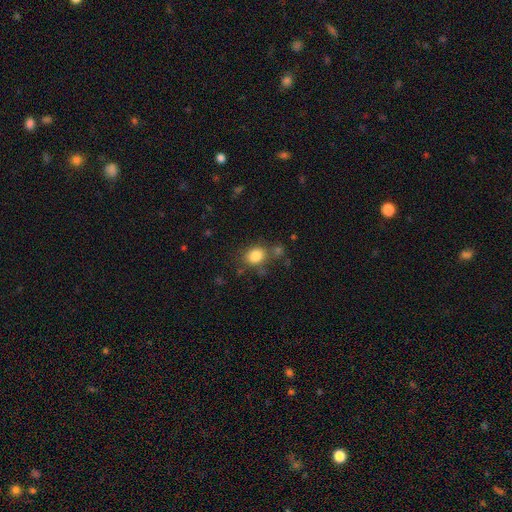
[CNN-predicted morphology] The model was most divided on "how rounded": round: 54%, in between: 45%, cigar-shaped: 1%. More confident: smooth or featured — smooth (83%); merging — none (69%).